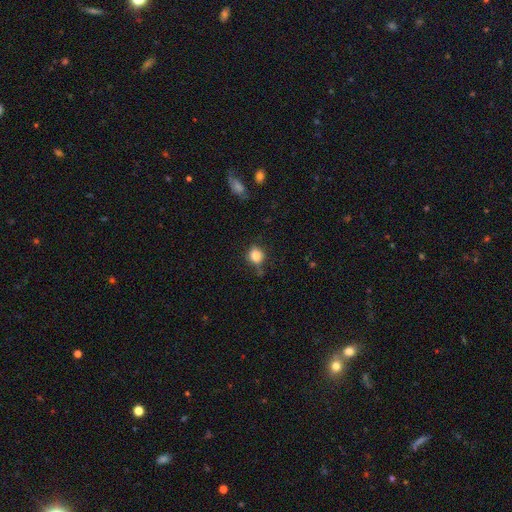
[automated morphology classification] A smooth galaxy with no disk features (81%) that is round (75%). Merging: none (70%).